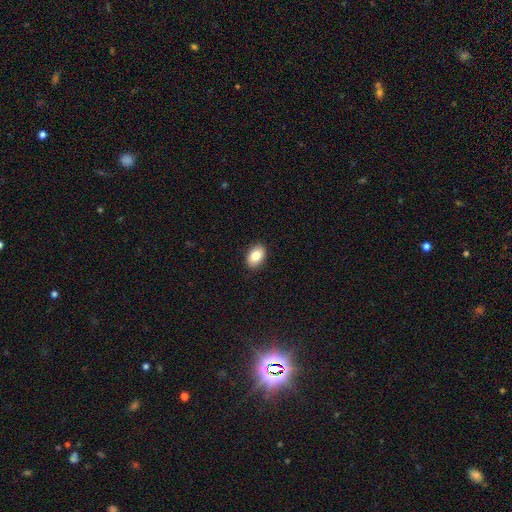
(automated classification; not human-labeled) Morphology: type=smooth (84%); roundness=in between (87%); merging=none (90%).